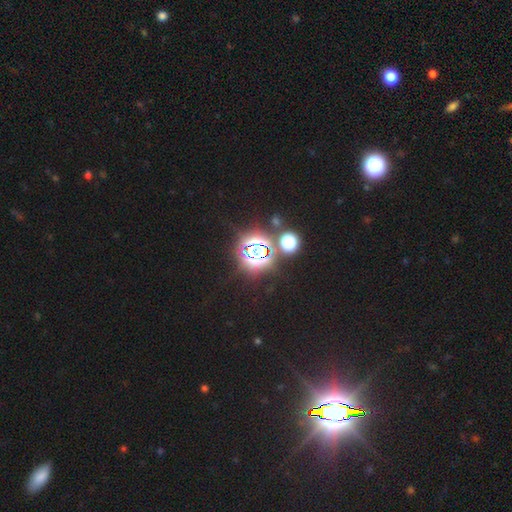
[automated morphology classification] A star or artifact, not a galaxy (74%).

Vote fractions:
- Smooth or featured? star or artifact: 74% / smooth: 17% / featured or disk: 10%